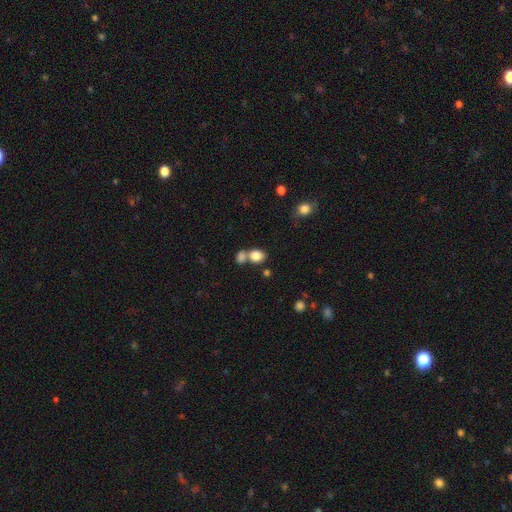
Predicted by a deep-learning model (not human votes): A smooth galaxy with no disk features (83%) that is in between round and cigar-shaped (55%). Merging: none (45%).